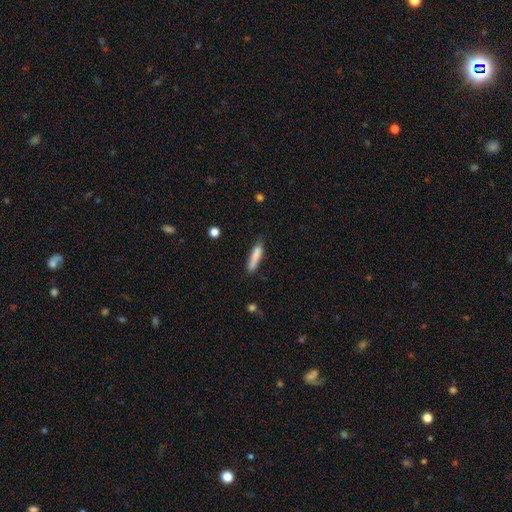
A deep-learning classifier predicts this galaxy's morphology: Smooth or featured? Predicted: smooth (p=0.81). How rounded? Predicted: cigar-shaped (p=0.83). Merging? Predicted: none (p=0.67).